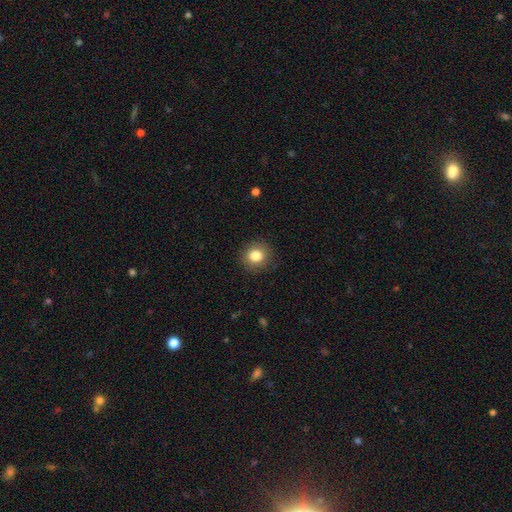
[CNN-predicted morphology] smooth 83%, star or artifact 10%, featured or disk 7%. Down the decision tree: how rounded — round (89%); merging — none (90%).